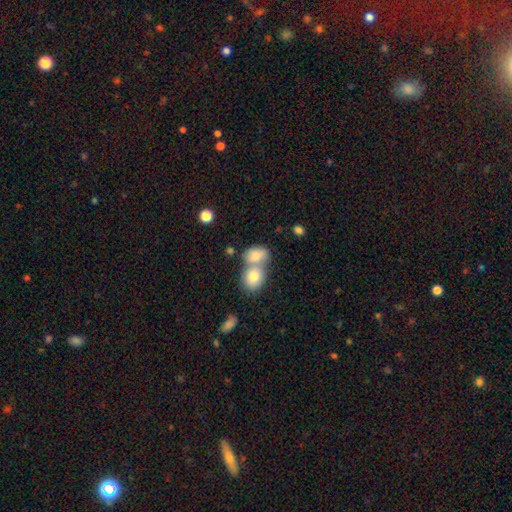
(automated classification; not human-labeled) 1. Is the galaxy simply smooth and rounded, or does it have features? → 80% smooth, 11% featured or disk, 9% star or artifact.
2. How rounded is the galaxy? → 75% in between, 23% round, 2% cigar-shaped.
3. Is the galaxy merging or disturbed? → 62% merger, 28% none, 7% minor disturbance, 3% major disturbance.